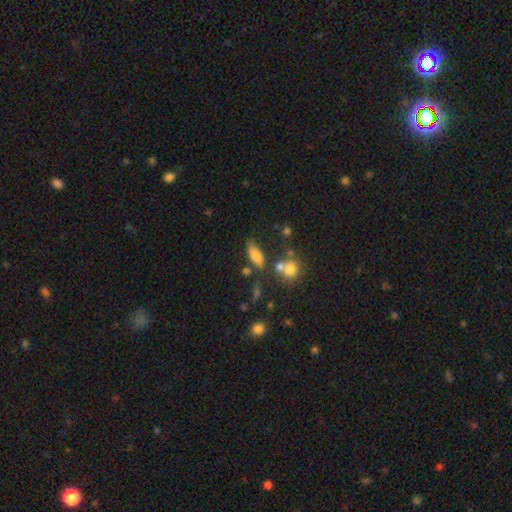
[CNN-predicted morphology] smooth-or-featured: smooth: 76% | featured or disk: 14% | star or artifact: 10%
  how-rounded: in between: 73% | cigar-shaped: 22% | round: 5%
  merging: none: 61% | minor disturbance: 17% | merger: 15% | major disturbance: 7%